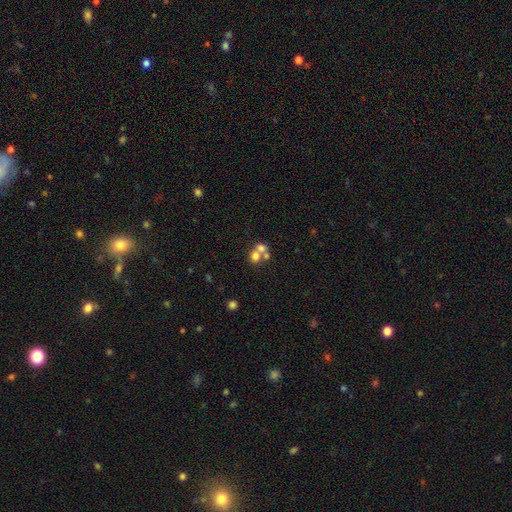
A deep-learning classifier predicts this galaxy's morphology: This appears to be a smooth galaxy with no disk features (65%) that is round (70%). Merging: merger (61%).